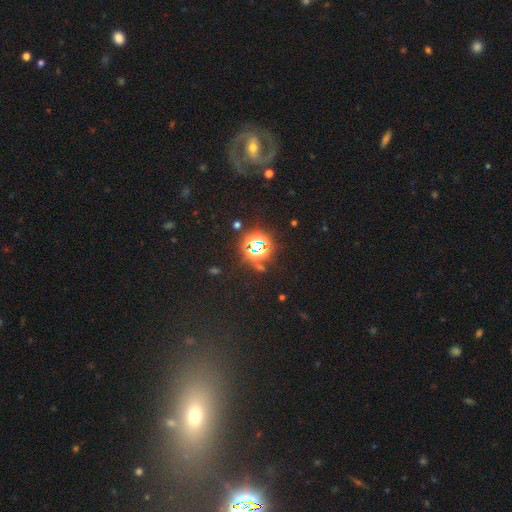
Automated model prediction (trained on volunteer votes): Smooth or featured?
  - star or artifact: 72% *
  - smooth: 17%
  - featured or disk: 11%